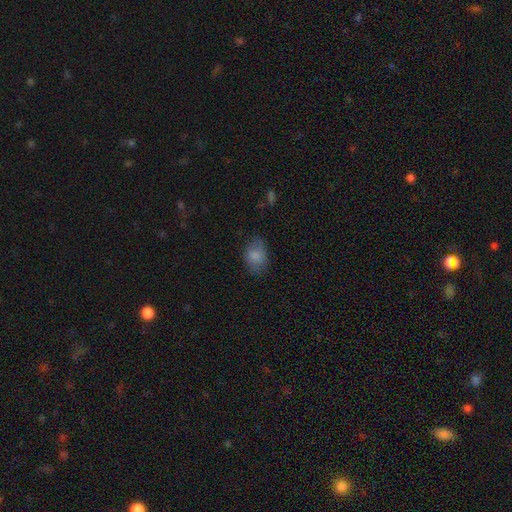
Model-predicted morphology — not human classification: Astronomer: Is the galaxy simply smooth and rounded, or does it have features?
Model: smooth — 80%.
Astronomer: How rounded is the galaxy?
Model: in between — 77%.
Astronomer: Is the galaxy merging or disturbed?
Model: none — 65%.